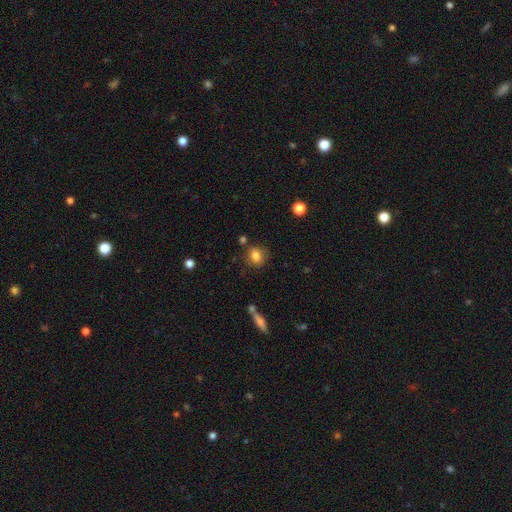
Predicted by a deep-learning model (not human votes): smooth 82%, star or artifact 10%, featured or disk 8%. Down the decision tree: how rounded — round (69%); merging — none (80%).